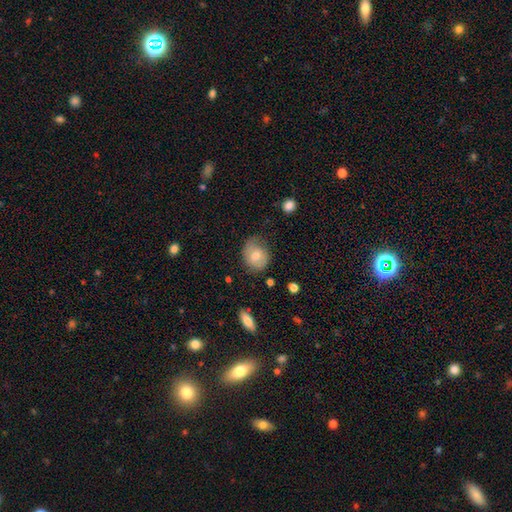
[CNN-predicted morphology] Smooth or featured?
  - smooth: 64% *
  - featured or disk: 27%
  - star or artifact: 9%
How rounded?
  - round: 59% *
  - in between: 40%
  - cigar-shaped: 1%
Merging?
  - none: 65% *
  - minor disturbance: 26%
  - major disturbance: 7%
  - merger: 2%